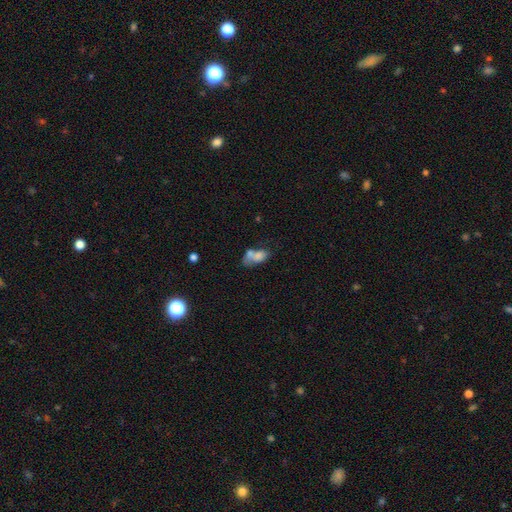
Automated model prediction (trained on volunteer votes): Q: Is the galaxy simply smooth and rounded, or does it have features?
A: smooth — 69%.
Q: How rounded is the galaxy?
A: in between — 86%.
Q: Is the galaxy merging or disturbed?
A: merger — 54%.